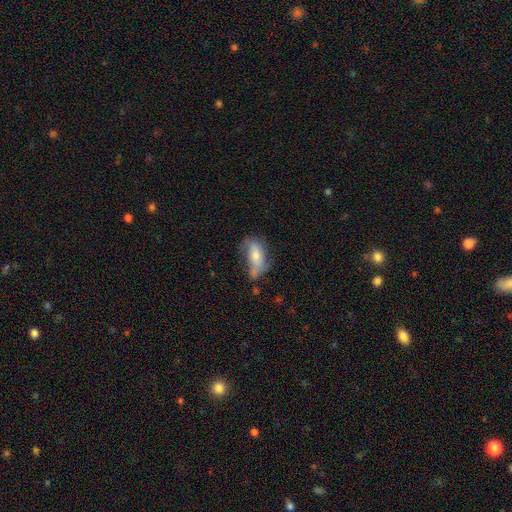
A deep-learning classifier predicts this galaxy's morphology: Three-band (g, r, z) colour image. It shows a smooth galaxy with no disk features (53%) that is in between round and cigar-shaped (80%). Merging: none (39%).